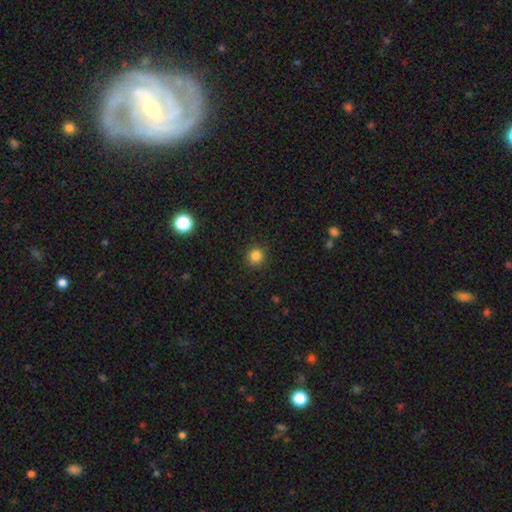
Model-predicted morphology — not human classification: Overall: smooth (83%). How rounded: round (94%). Merging: none (91%).